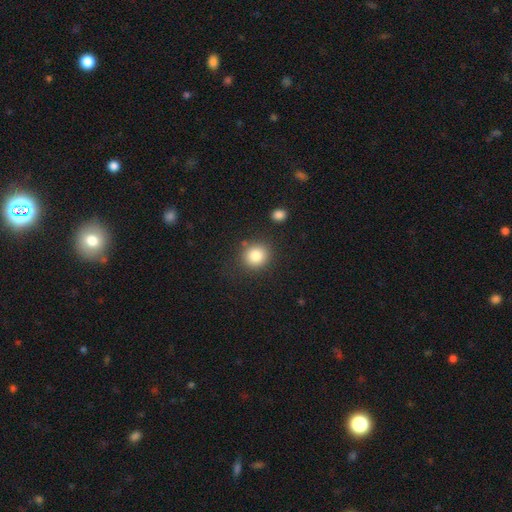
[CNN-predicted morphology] A smooth galaxy with no disk features (83%) that is round (84%).

Vote fractions:
- Smooth or featured? smooth: 83% / star or artifact: 10% / featured or disk: 7%
- How rounded? round: 84% / in between: 15% / cigar-shaped: 1%
- Merging? none: 83% / minor disturbance: 9% / merger: 4% / major disturbance: 3%